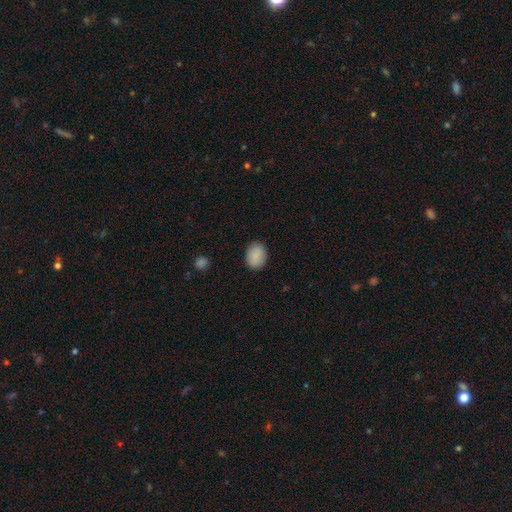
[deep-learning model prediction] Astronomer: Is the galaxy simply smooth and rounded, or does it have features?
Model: smooth — 89%.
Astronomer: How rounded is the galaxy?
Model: in between — 68%.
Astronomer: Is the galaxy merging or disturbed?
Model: none — 87%.